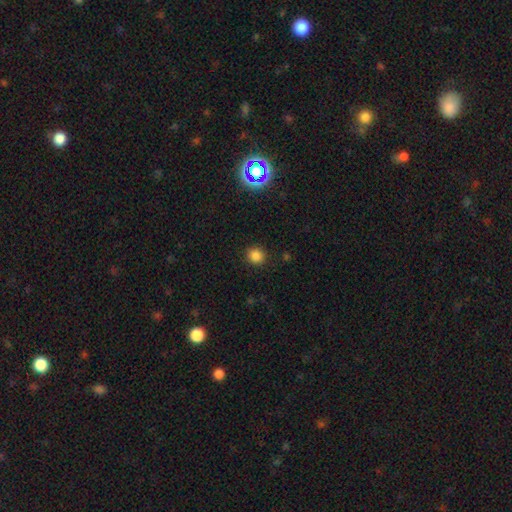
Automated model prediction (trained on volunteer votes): The model was most divided on "smooth or featured": smooth: 83%, star or artifact: 13%, featured or disk: 4%. More confident: merging — none (90%); how rounded — round (89%).